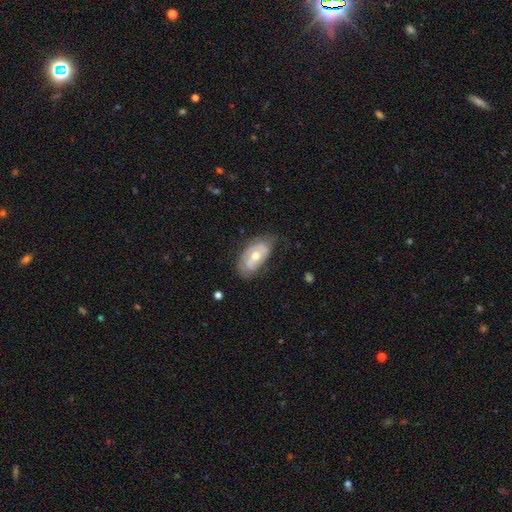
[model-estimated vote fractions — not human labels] Smooth or featured?
  - featured or disk: 64% *
  - smooth: 30%
  - star or artifact: 7%
Edge-on disk?
  - no: 91% *
  - yes: 9%
Bar?
  - no: 61% *
  - weak: 29%
  - strong: 10%
Spiral arms?
  - yes: 68% *
  - no: 32%
Bulge size?
  - moderate: 72% *
  - small: 22%
  - large: 4%
  - none: 1%
  - dominant: 1%
Merging?
  - none: 66% *
  - minor disturbance: 25%
  - major disturbance: 8%
  - merger: 2%